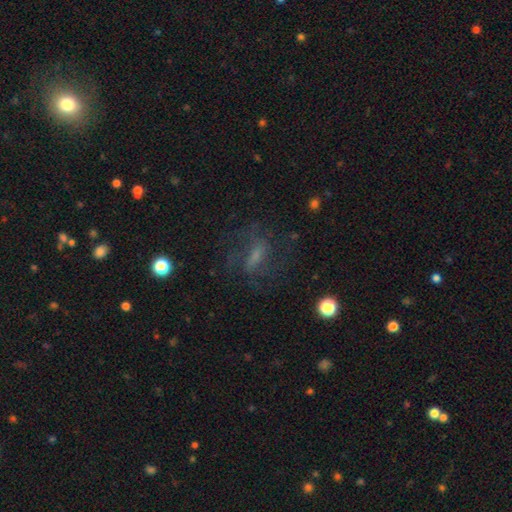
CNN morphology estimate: featured or disk 52%, smooth 30%, star or artifact 17%. Down the decision tree: edge-on disk — no (87%); merging — none (59%).